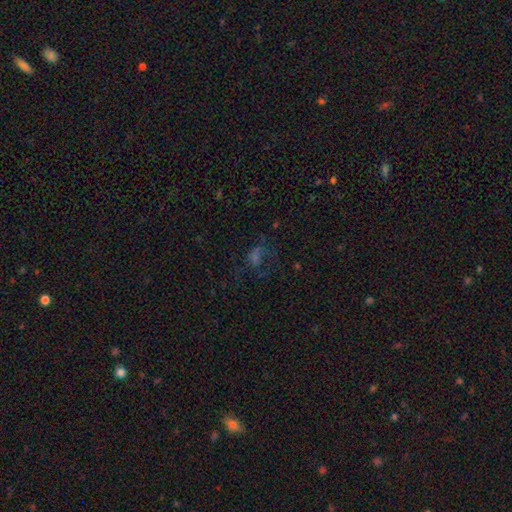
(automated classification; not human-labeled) A star or artifact, not a galaxy (41%).

Vote fractions:
- Smooth or featured? star or artifact: 41% / smooth: 32% / featured or disk: 27%